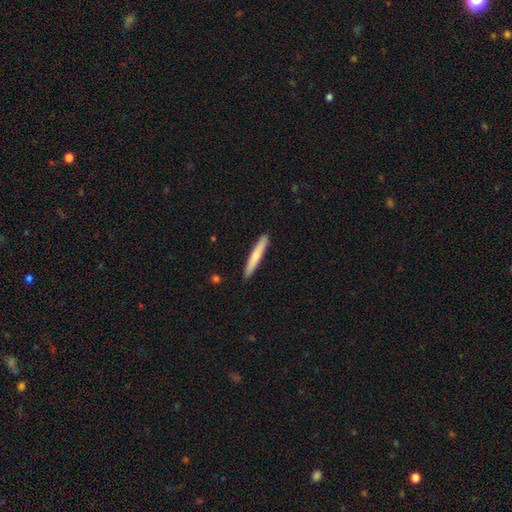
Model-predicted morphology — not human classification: Smooth or featured: smooth — 68% (featured or disk — 27%)
How rounded: cigar-shaped — 95% (in between — 4%)
Merging: none — 91% (minor disturbance — 6%)